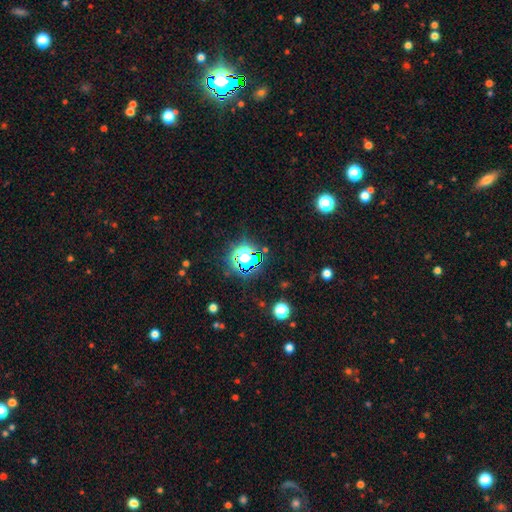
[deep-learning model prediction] This appears to be a star or artifact, not a galaxy (68%).